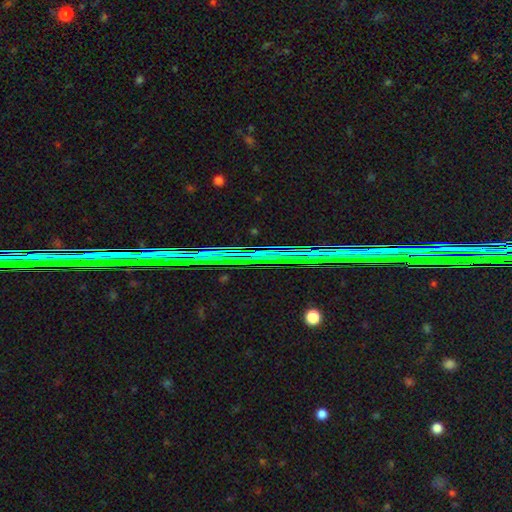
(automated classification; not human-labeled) Smooth or featured? star or artifact (87%)